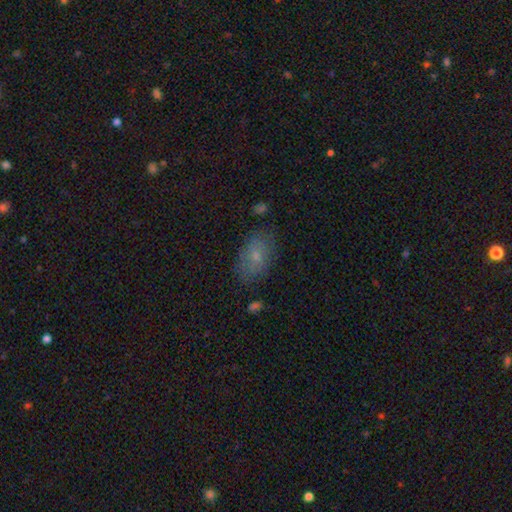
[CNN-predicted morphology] smooth-or-featured: smooth: 69% | featured or disk: 20% | star or artifact: 11%
  how-rounded: in between: 89% | round: 9% | cigar-shaped: 2%
  merging: none: 77% | minor disturbance: 17% | major disturbance: 5% | merger: 2%